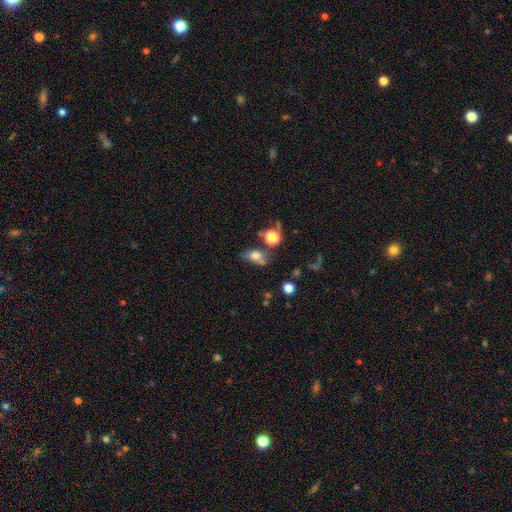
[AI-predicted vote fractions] Smooth or featured? Predicted: smooth (p=0.70). How rounded? Predicted: in between (p=0.74). Merging? Predicted: none (p=0.46).